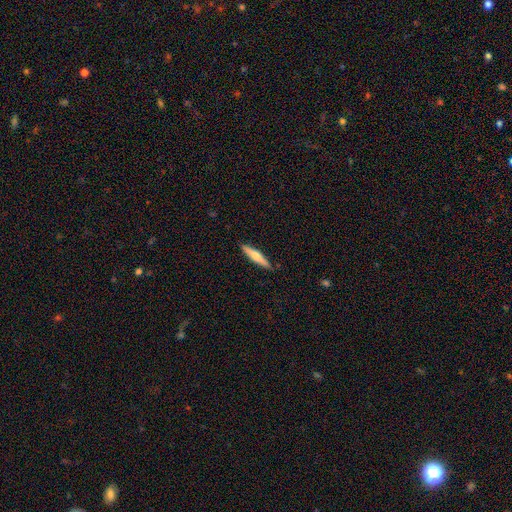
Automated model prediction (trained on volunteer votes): Smooth or featured?
  - smooth: 52% *
  - featured or disk: 43%
  - star or artifact: 5%
How rounded?
  - cigar-shaped: 86% *
  - in between: 12%
  - round: 2%
Merging?
  - none: 90% *
  - minor disturbance: 8%
  - major disturbance: 2%
  - merger: 1%